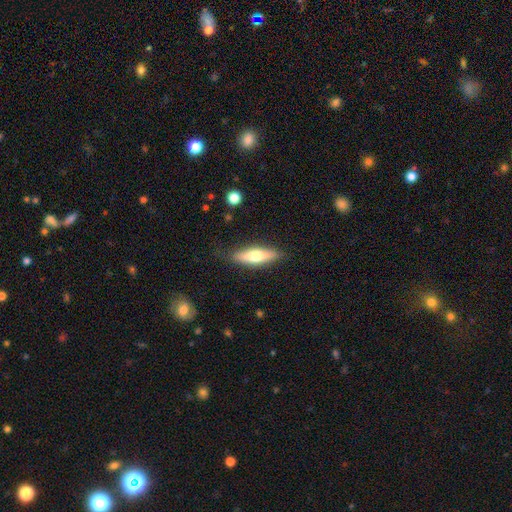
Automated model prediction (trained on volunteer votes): Smooth or featured?
  - smooth: 58% *
  - featured or disk: 37%
  - star or artifact: 6%
How rounded?
  - cigar-shaped: 61% *
  - in between: 37%
  - round: 2%
Merging?
  - none: 82% *
  - minor disturbance: 13%
  - major disturbance: 3%
  - merger: 1%